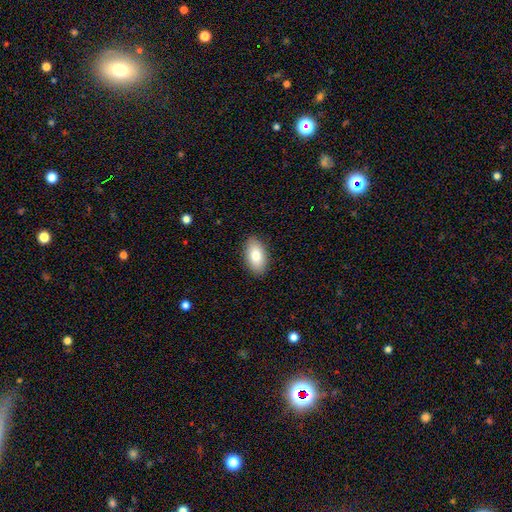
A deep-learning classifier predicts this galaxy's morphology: A smooth galaxy with no disk features (80%) that is in between round and cigar-shaped (94%).

Vote fractions:
- Smooth or featured? smooth: 80% / featured or disk: 14% / star or artifact: 7%
- How rounded? in between: 94% / round: 4% / cigar-shaped: 2%
- Merging? none: 89% / minor disturbance: 8% / major disturbance: 2% / merger: 1%